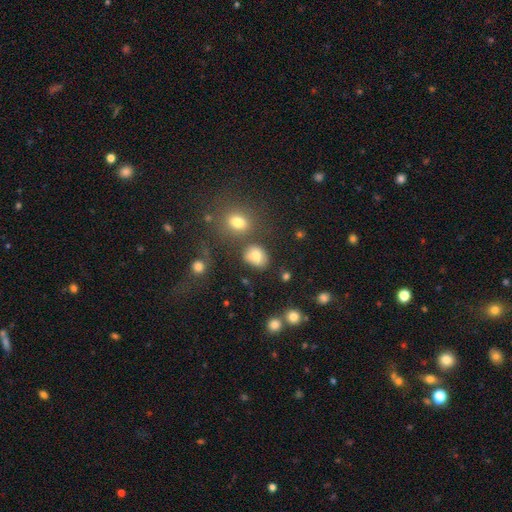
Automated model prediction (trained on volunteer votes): smooth_or_featured: smooth (p=0.77) [alt: star or artifact p=0.13]
how_rounded: in between (p=0.61) [alt: round p=0.38]
merging: none (p=0.65) [alt: minor disturbance p=0.18]